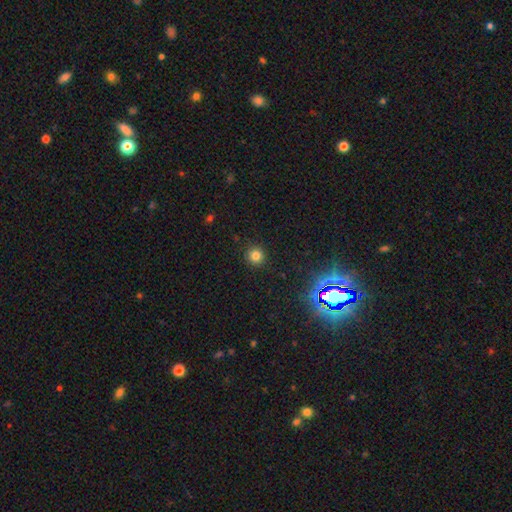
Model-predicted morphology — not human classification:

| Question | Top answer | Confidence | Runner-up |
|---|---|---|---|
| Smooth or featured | smooth | 77% | star or artifact (17%) |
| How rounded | round | 94% | in between (5%) |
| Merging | none | 91% | minor disturbance (6%) |